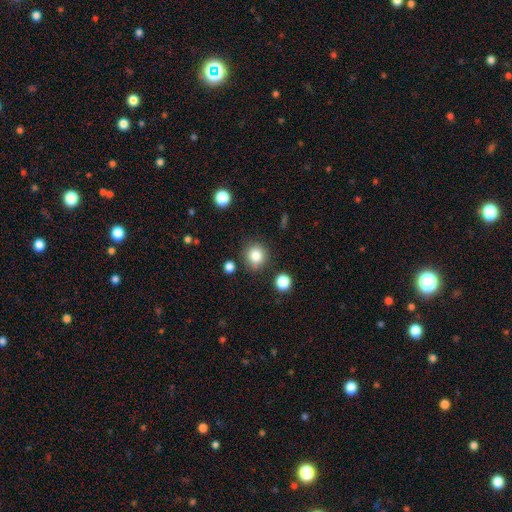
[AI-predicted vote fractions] Smooth or featured? smooth (84%)
How rounded? round (88%)
Merging? none (84%)